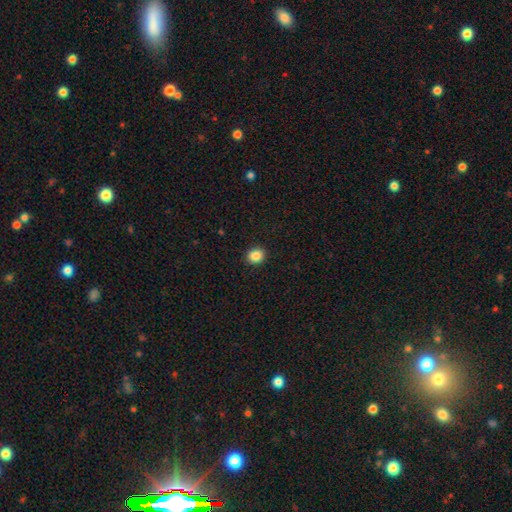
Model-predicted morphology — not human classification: A smooth galaxy with no disk features (87%) that is round (75%).

Vote fractions:
- Smooth or featured? smooth: 87% / star or artifact: 10% / featured or disk: 3%
- How rounded? round: 75% / in between: 25% / cigar-shaped: 1%
- Merging? none: 91% / minor disturbance: 6% / major disturbance: 2% / merger: 1%